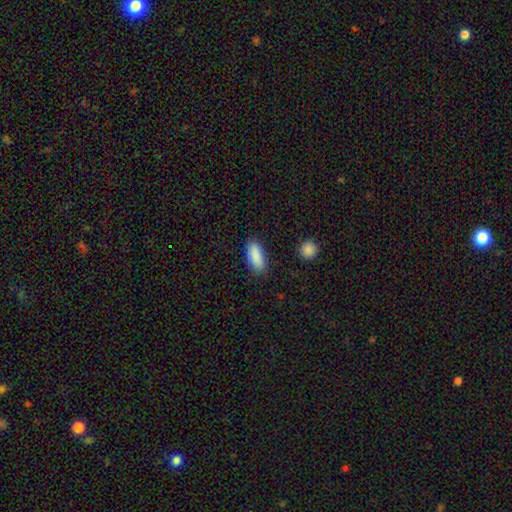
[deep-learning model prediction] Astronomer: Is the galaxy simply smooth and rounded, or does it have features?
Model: smooth — 89%.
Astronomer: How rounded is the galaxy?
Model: in between — 81%.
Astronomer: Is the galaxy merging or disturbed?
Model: none — 86%.